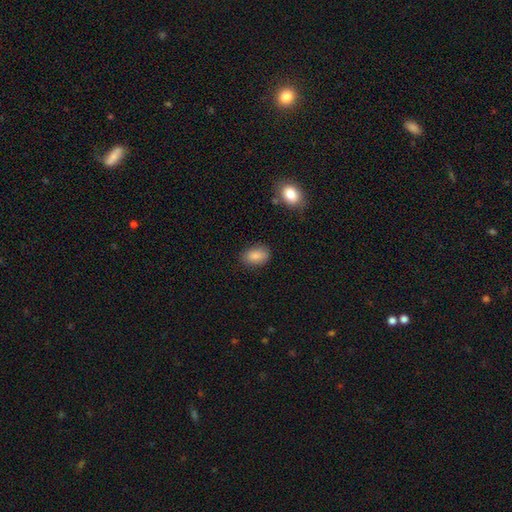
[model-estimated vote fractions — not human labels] smooth-or-featured: smooth: 86% | star or artifact: 8% | featured or disk: 6%
  how-rounded: in between: 86% | round: 12% | cigar-shaped: 2%
  merging: none: 83% | minor disturbance: 12% | major disturbance: 3% | merger: 2%